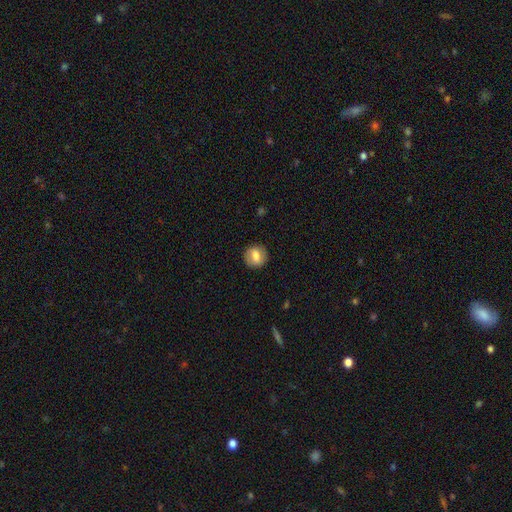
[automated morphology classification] Q: Smooth or featured?
A: smooth (67%); runner-up: featured or disk (25%)
Q: How rounded?
A: round (76%); runner-up: in between (22%)
Q: Merging?
A: none (85%); runner-up: minor disturbance (10%)